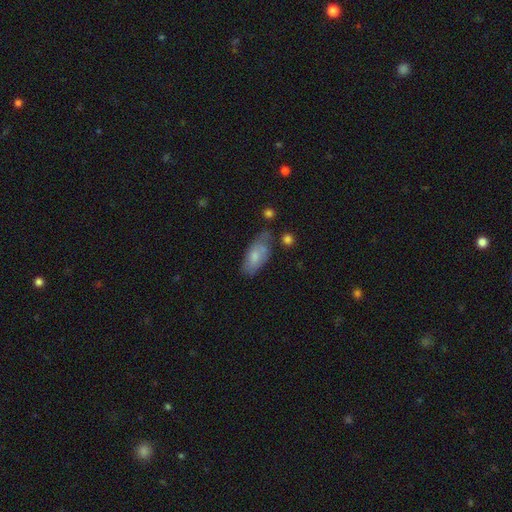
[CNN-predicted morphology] A smooth galaxy with no disk features (67%) that is in between round and cigar-shaped (87%).

Vote fractions:
- Smooth or featured? smooth: 67% / featured or disk: 27% / star or artifact: 7%
- How rounded? in between: 87% / cigar-shaped: 10% / round: 3%
- Merging? none: 53% / minor disturbance: 31% / major disturbance: 9% / merger: 7%